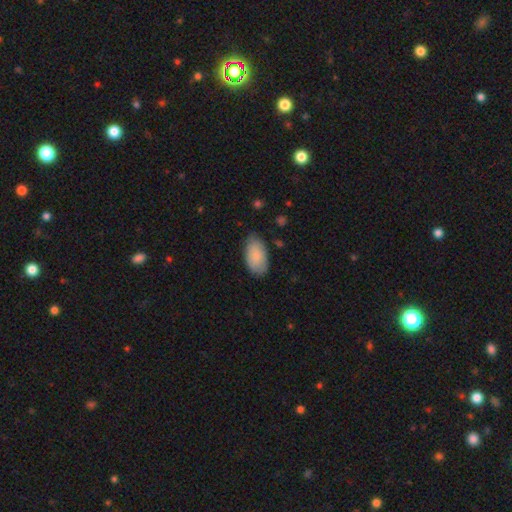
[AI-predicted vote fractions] smooth_or_featured: smooth (p=0.87) [alt: featured or disk p=0.07]
how_rounded: in between (p=0.95) [alt: round p=0.03]
merging: none (p=0.75) [alt: minor disturbance p=0.20]